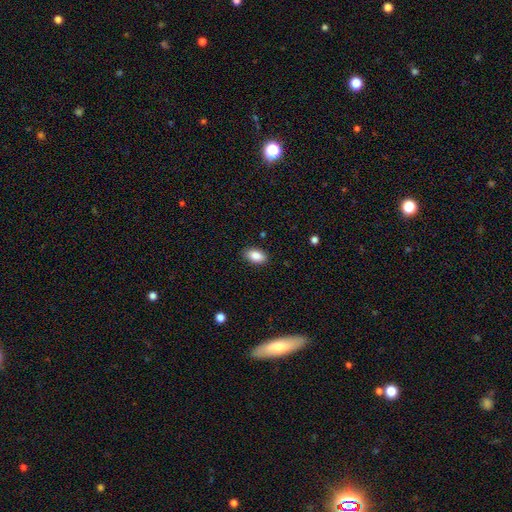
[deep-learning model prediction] This appears to be a smooth galaxy with no disk features (87%) that is in between round and cigar-shaped (93%). Merging: none (88%).